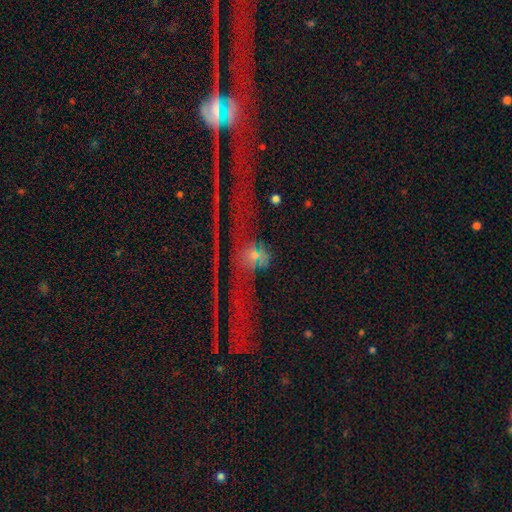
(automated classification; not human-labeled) A star or artifact, not a galaxy (52%).

Vote fractions:
- Smooth or featured? star or artifact: 52% / smooth: 29% / featured or disk: 19%